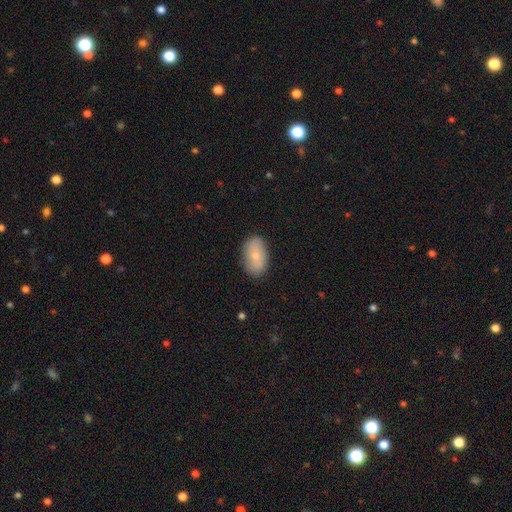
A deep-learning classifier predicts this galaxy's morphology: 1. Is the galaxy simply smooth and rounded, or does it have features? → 70% smooth, 23% featured or disk, 7% star or artifact.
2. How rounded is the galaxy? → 92% in between, 6% round, 2% cigar-shaped.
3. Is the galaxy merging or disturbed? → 84% none, 12% minor disturbance, 3% major disturbance, 1% merger.